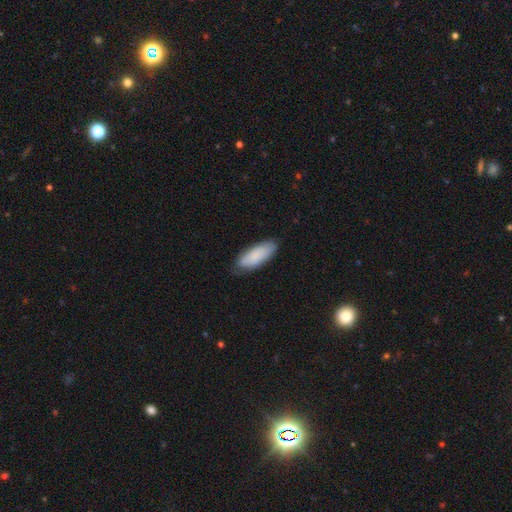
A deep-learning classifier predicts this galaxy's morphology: A smooth galaxy with no disk features (83%) that is in between round and cigar-shaped (75%).

Vote fractions:
- Smooth or featured? smooth: 83% / featured or disk: 12% / star or artifact: 6%
- How rounded? in between: 75% / cigar-shaped: 23% / round: 2%
- Merging? none: 71% / minor disturbance: 24% / major disturbance: 4% / merger: 1%